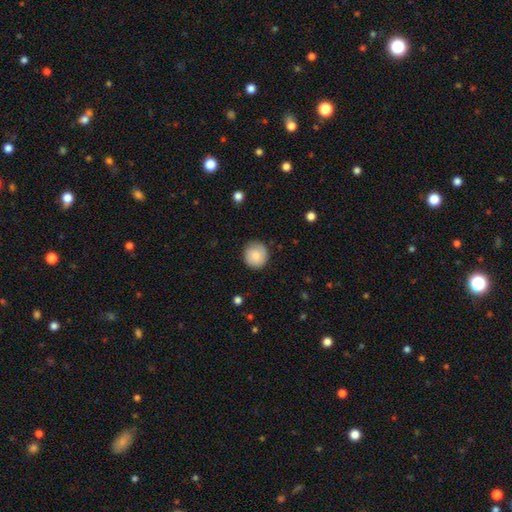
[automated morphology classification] A smooth galaxy with no disk features (84%) that is round (91%).

Vote fractions:
- Smooth or featured? smooth: 84% / featured or disk: 9% / star or artifact: 7%
- How rounded? round: 91% / in between: 8% / cigar-shaped: 1%
- Merging? none: 86% / minor disturbance: 11% / major disturbance: 2% / merger: 1%